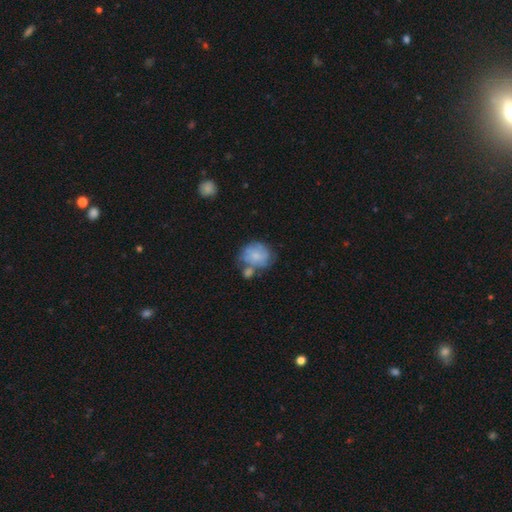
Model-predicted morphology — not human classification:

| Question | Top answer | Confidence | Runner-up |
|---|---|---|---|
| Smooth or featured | smooth | 57% | featured or disk (36%) |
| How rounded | round | 64% | in between (35%) |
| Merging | none | 40% | merger (26%) |